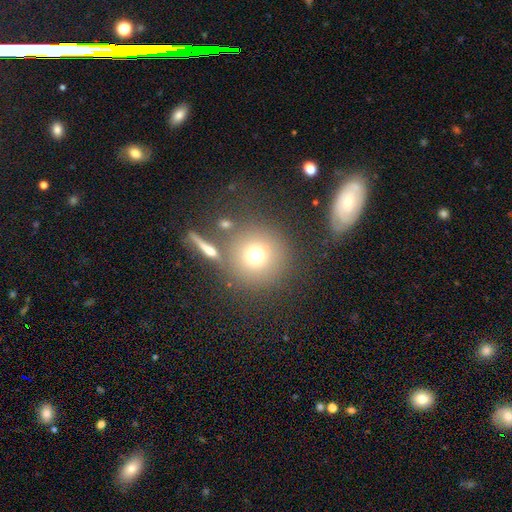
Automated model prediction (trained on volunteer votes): smooth_or_featured: smooth (p=0.64) [alt: star or artifact p=0.19]
how_rounded: round (p=0.90) [alt: in between p=0.09]
merging: none (p=0.73) [alt: minor disturbance p=0.11]